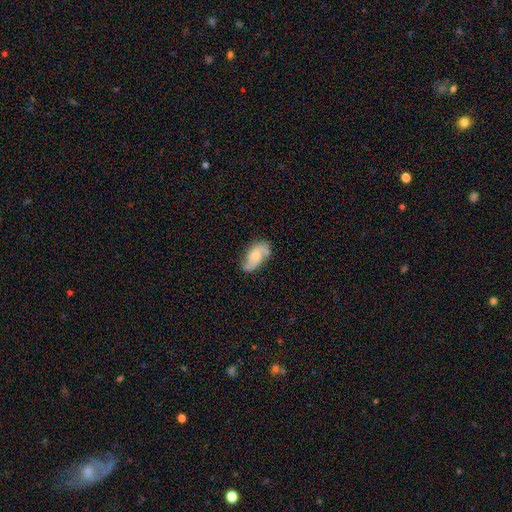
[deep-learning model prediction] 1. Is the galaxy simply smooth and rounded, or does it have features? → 73% featured or disk, 21% smooth, 6% star or artifact.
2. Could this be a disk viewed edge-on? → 97% no, 3% yes.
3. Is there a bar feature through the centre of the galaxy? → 63% no, 31% weak, 6% strong.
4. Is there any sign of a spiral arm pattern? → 94% yes, 6% no.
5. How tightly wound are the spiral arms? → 45% medium, 35% loose, 19% tight.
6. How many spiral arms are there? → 86% 2, 6% can't tell, 4% 1, 2% 3, 1% 4, 1% more than 4.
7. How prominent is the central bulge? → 45% small, 37% moderate, 11% none, 5% large, 1% dominant.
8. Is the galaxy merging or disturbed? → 69% none, 21% minor disturbance, 8% major disturbance, 2% merger.